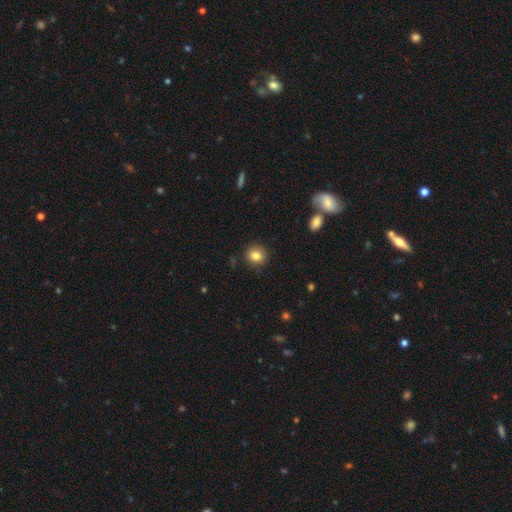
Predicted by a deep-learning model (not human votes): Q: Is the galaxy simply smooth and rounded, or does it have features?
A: smooth — 84%.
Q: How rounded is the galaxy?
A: round — 80%.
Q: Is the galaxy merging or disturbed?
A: none — 89%.